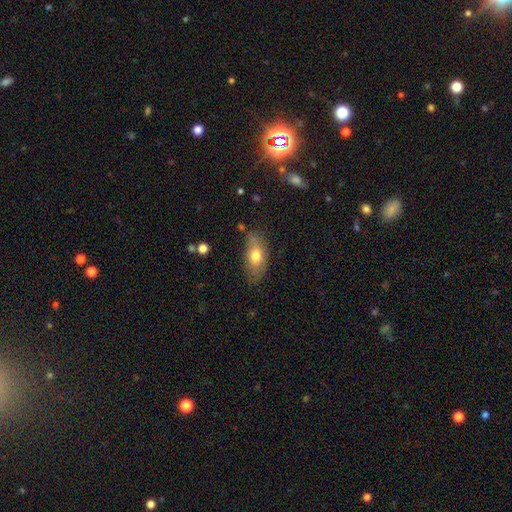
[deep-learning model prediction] smooth_or_featured: smooth (p=0.71) [alt: featured or disk p=0.22]
how_rounded: in between (p=0.86) [alt: cigar-shaped p=0.09]
merging: none (p=0.68) [alt: minor disturbance p=0.23]